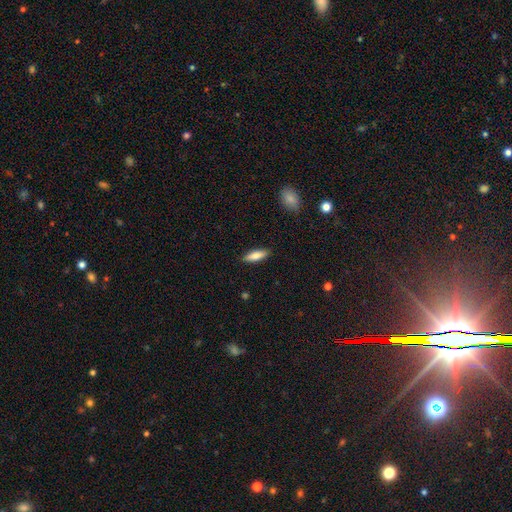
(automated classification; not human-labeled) smooth-or-featured: smooth: 80% | featured or disk: 14% | star or artifact: 6%
  how-rounded: cigar-shaped: 49% (tied) | in between: 49% (tied) | round: 2%
  merging: none: 89% | minor disturbance: 8% | major disturbance: 2% | merger: 1%